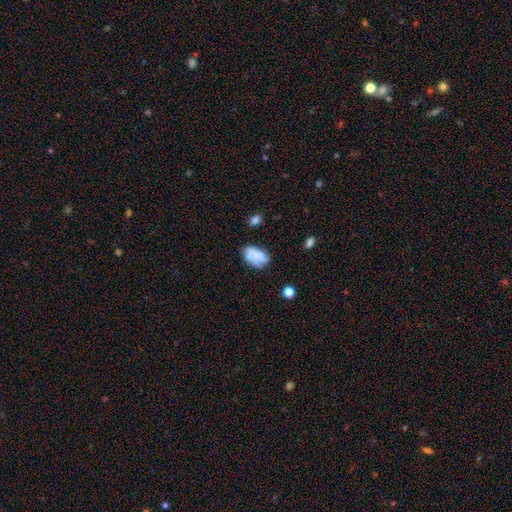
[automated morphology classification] Overall: smooth (57%; featured or disk 32%). How rounded: in between (89%). Merging: none (51%; minor disturbance 27%).